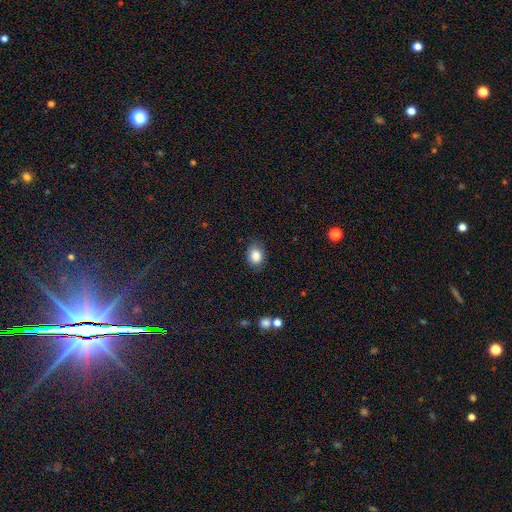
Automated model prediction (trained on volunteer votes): smooth-or-featured: smooth: 85% | star or artifact: 9% | featured or disk: 6%
  how-rounded: in between: 57% | round: 42% | cigar-shaped: 1%
  merging: none: 82% | minor disturbance: 14% | major disturbance: 3% | merger: 1%